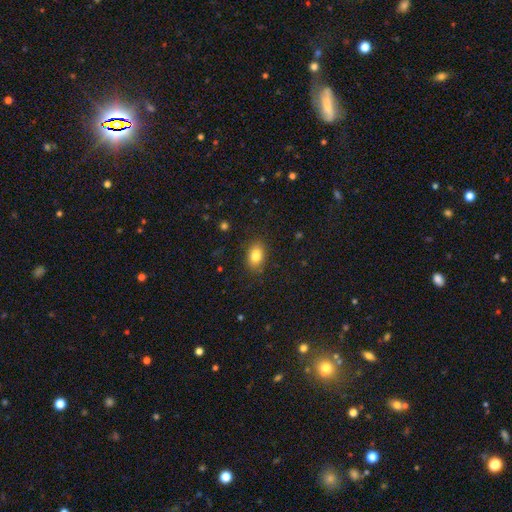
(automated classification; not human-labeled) Q: Smooth or featured?
A: smooth (83%); runner-up: star or artifact (9%)
Q: How rounded?
A: in between (82%); runner-up: round (16%)
Q: Merging?
A: none (85%); runner-up: minor disturbance (11%)